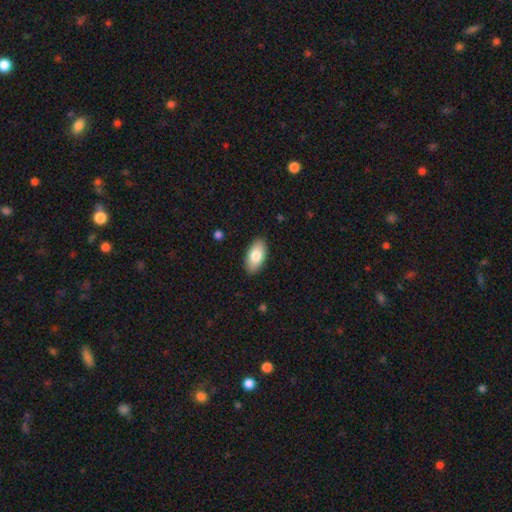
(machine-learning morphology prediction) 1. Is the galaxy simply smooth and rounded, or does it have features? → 81% smooth, 13% featured or disk, 6% star or artifact.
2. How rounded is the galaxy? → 95% in between, 3% cigar-shaped, 3% round.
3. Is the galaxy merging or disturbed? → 89% none, 8% minor disturbance, 2% major disturbance, 1% merger.